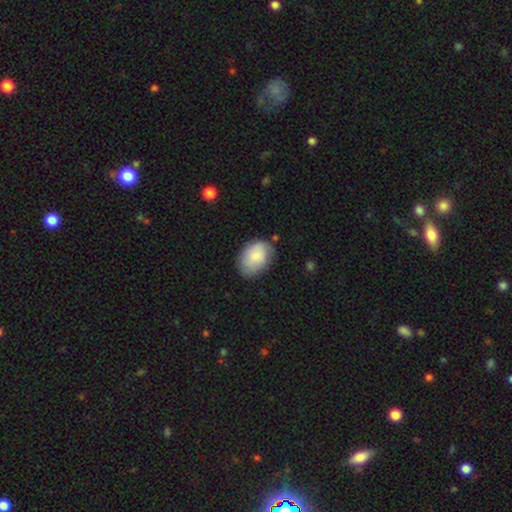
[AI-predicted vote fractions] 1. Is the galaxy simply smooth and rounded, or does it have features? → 78% smooth, 16% featured or disk, 6% star or artifact.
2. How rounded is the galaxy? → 82% in between, 17% round, 1% cigar-shaped.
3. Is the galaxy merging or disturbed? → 74% none, 20% minor disturbance, 4% major disturbance, 2% merger.